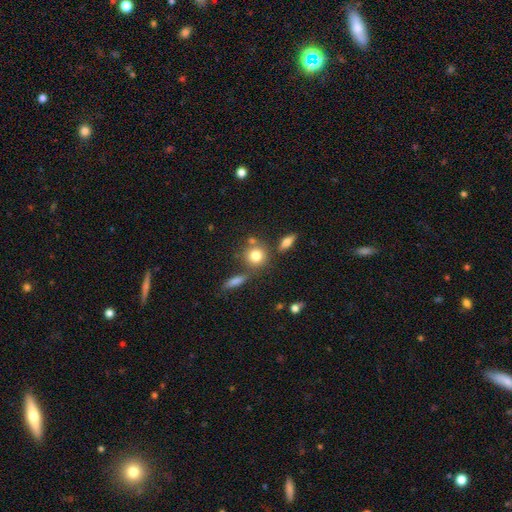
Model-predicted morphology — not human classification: A smooth galaxy with no disk features (79%) that is round (82%). Merging: none (66%).